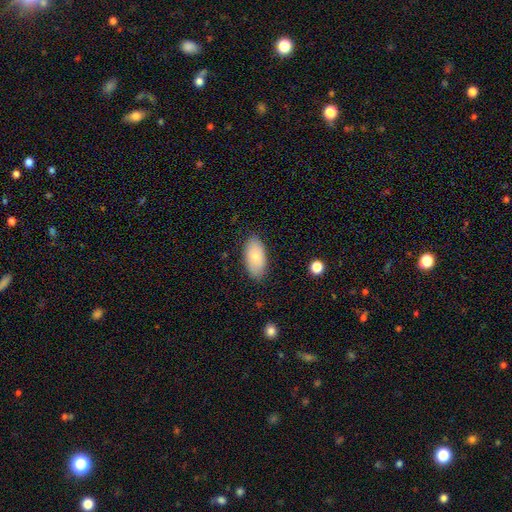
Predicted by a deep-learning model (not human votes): The model was most divided on "smooth or featured": smooth: 78%, featured or disk: 16%, star or artifact: 7%. More confident: how rounded — in between (94%); merging — none (84%).